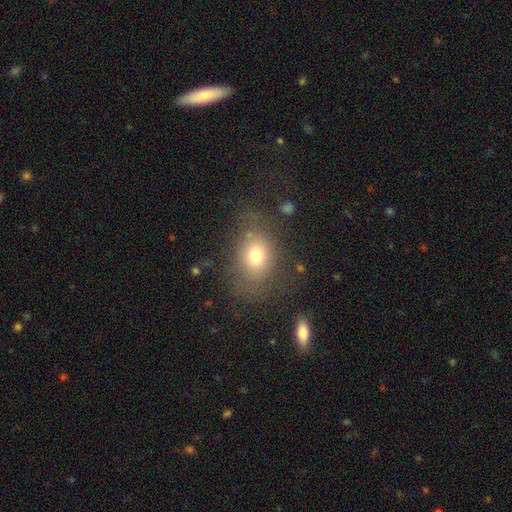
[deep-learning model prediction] The model was most divided on "how rounded": in between: 63%, round: 36%, cigar-shaped: 1%. More confident: smooth or featured — smooth (71%); merging — none (67%).